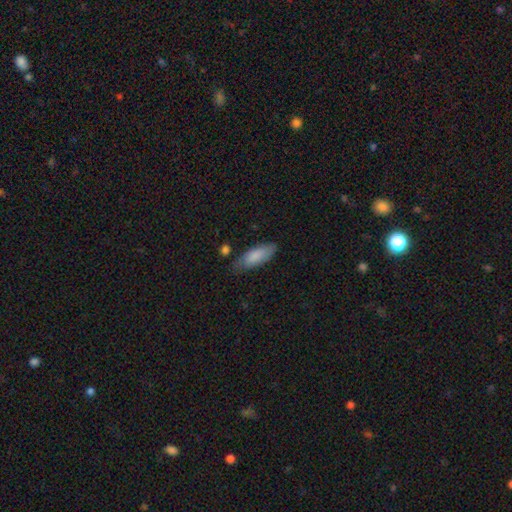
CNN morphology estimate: The model was most divided on "merging": none: 69%, minor disturbance: 23%, major disturbance: 4%, merger: 3%. More confident: smooth or featured — smooth (84%); how rounded — in between (75%).